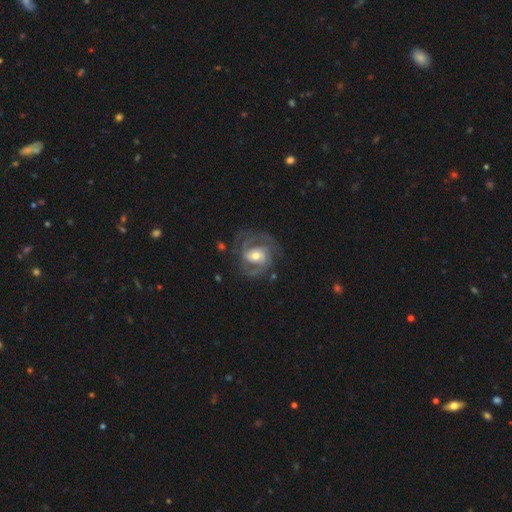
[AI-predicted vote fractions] smooth-or-featured: featured or disk: 87% | smooth: 8% | star or artifact: 5%
  disk-edge-on: no: 98% | yes: 2%
    bar: no: 47% | weak: 38% | strong: 15%
    has-spiral-arms: yes: 96% | no: 4%
      spiral-winding: medium: 47% | tight: 42% | loose: 11%
      spiral-arm-count: 2: 59% | 3: 20% | can't tell: 11% | 1: 4% | 4: 4% | more than 4: 3%
    bulge-size: moderate: 64% | small: 26% | large: 8% | none: 1% | dominant: 1%
  merging: none: 69% | minor disturbance: 17% | major disturbance: 12% | merger: 2%